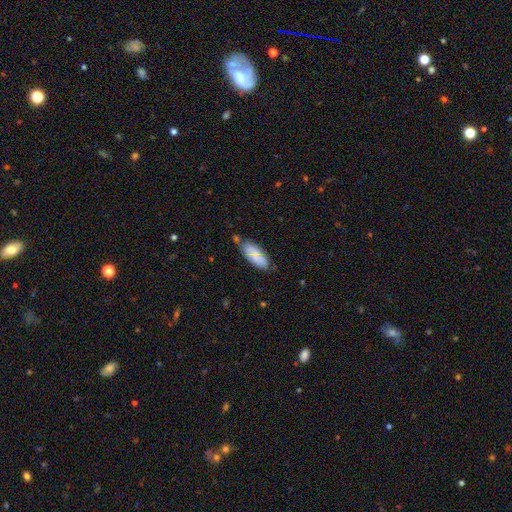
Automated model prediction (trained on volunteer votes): Morphology: type=smooth (71%); roundness=in between (70%); merging=none (65%).